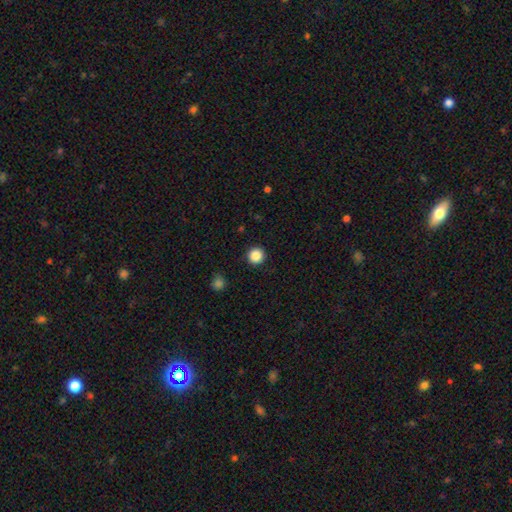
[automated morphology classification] type=smooth (87%); roundness=round (96%); merging=none (93%).